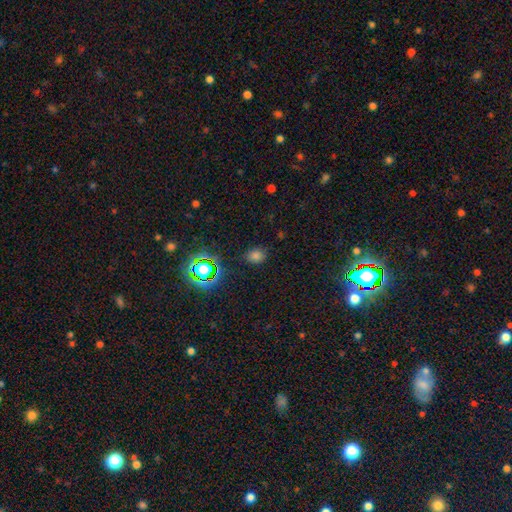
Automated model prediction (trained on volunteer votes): Smooth or featured? Predicted: smooth (p=0.69). How rounded? Predicted: round (p=0.52). Merging? Predicted: none (p=0.82).